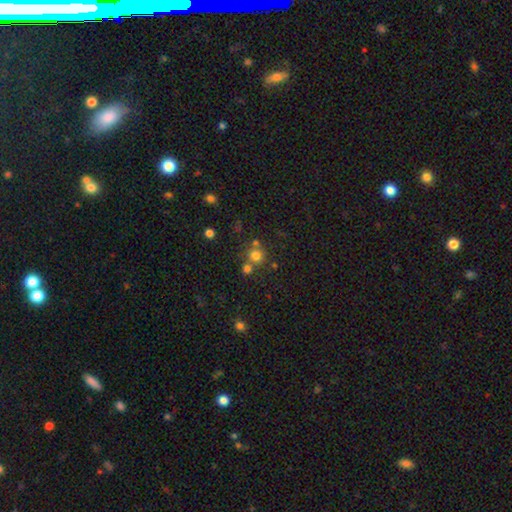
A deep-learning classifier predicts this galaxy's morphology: smooth_or_featured: smooth (p=0.74) [alt: star or artifact p=0.18]
how_rounded: round (p=0.91) [alt: in between p=0.08]
merging: none (p=0.63) [alt: merger p=0.25]